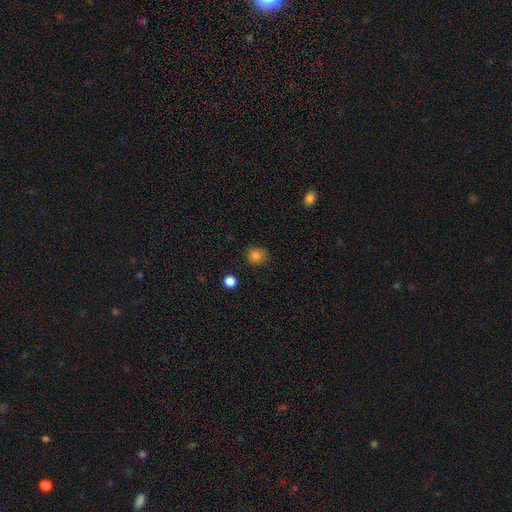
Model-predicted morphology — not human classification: A smooth galaxy with no disk features (83%) that is round (88%).

Vote fractions:
- Smooth or featured? smooth: 83% / star or artifact: 13% / featured or disk: 5%
- How rounded? round: 88% / in between: 11% / cigar-shaped: 1%
- Merging? none: 87% / minor disturbance: 9% / major disturbance: 2% / merger: 2%